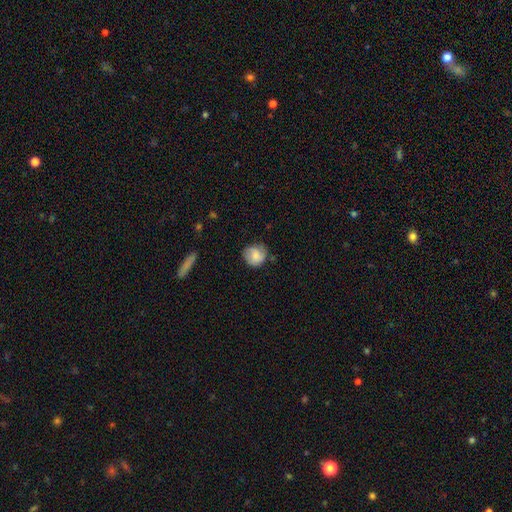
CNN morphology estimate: Smooth or featured: smooth — 73% (featured or disk — 20%)
How rounded: round — 82% (in between — 17%)
Merging: none — 66% (minor disturbance — 26%)